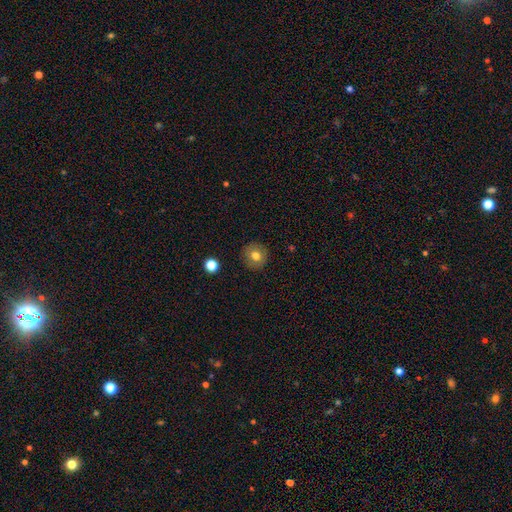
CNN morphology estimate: smooth-or-featured: smooth: 76% | featured or disk: 14% | star or artifact: 10%
  how-rounded: round: 92% | in between: 7% | cigar-shaped: 1%
  merging: none: 90% | minor disturbance: 7% | major disturbance: 2% | merger: 1%